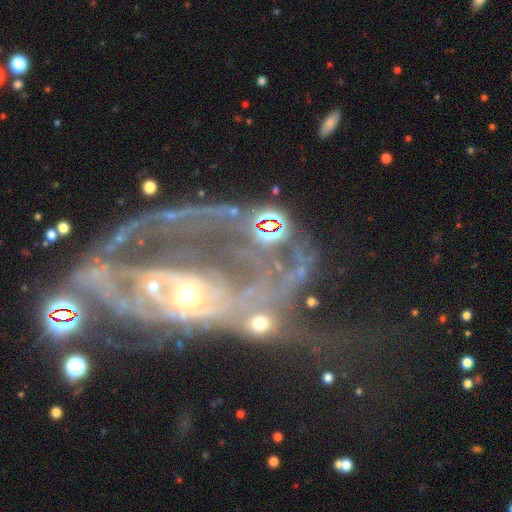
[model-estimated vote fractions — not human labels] smooth_or_featured: featured or disk (p=0.79) [alt: star or artifact p=0.11]
disk_edge_on: no (p=0.95) [alt: yes p=0.05]
bar: no (p=0.71) [alt: weak p=0.20]
has_spiral_arms: yes (p=0.63) [alt: no p=0.37]
bulge_size: moderate (p=0.46) [alt: small p=0.43]
merging: major disturbance (p=0.48) [alt: merger p=0.22]